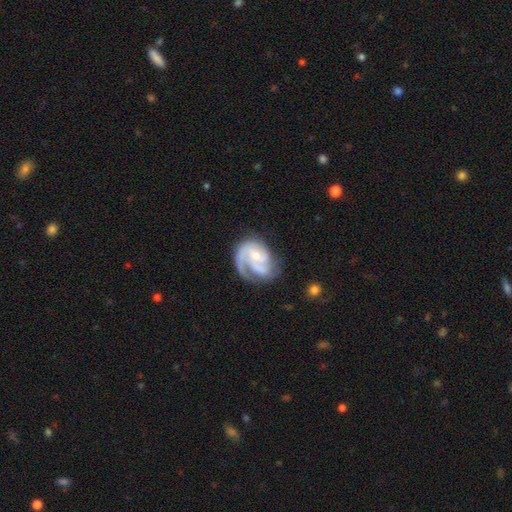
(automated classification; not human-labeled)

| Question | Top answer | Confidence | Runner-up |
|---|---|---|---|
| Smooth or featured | featured or disk | 84% | smooth (11%) |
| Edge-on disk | no | 98% | yes (2%) |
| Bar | no | 52% | weak (39%) |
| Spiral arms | yes | 94% | no (6%) |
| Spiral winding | medium | 44% | tight (37%) |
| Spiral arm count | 2 | 34% | 3 (25%) |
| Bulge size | small | 52% | moderate (40%) |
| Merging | none | 50% | minor disturbance (23%) |